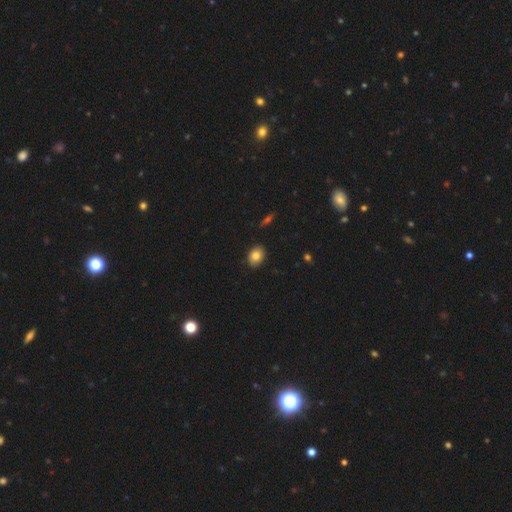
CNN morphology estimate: smooth 83%, featured or disk 9%, star or artifact 8%. Down the decision tree: how rounded — in between (73%); merging — none (88%).